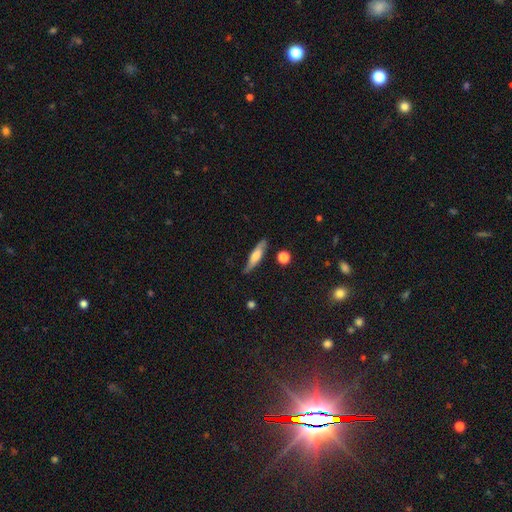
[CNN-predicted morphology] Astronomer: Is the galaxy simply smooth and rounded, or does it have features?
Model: smooth — 48% (runner-up: featured or disk, 45%).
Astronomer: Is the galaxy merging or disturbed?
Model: none — 79%.